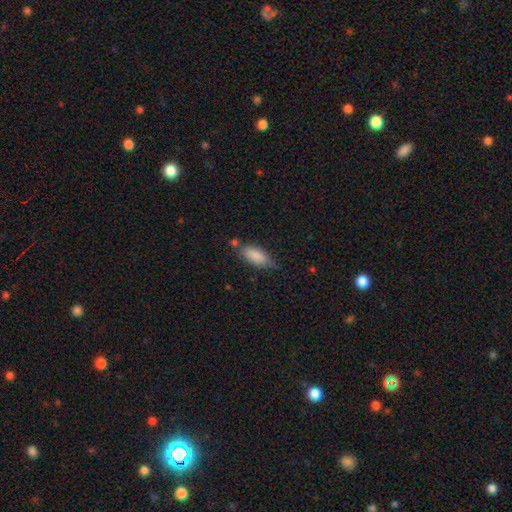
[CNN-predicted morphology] A smooth galaxy with no disk features (84%) that is in between round and cigar-shaped (75%). Merging: none (64%).